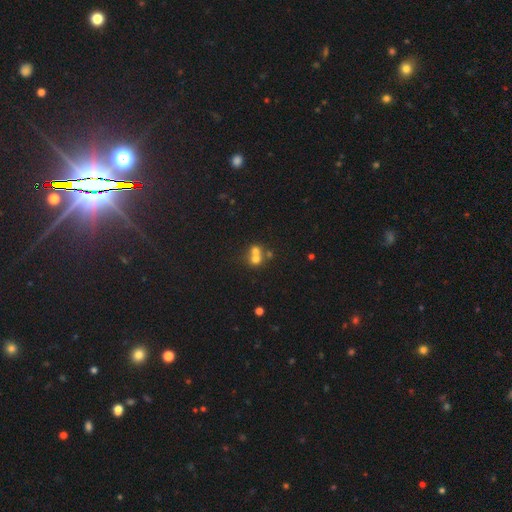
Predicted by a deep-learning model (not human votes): Smooth or featured: smooth — 63% (featured or disk — 20%)
How rounded: round — 81% (in between — 18%)
Merging: merger — 63% (none — 30%)